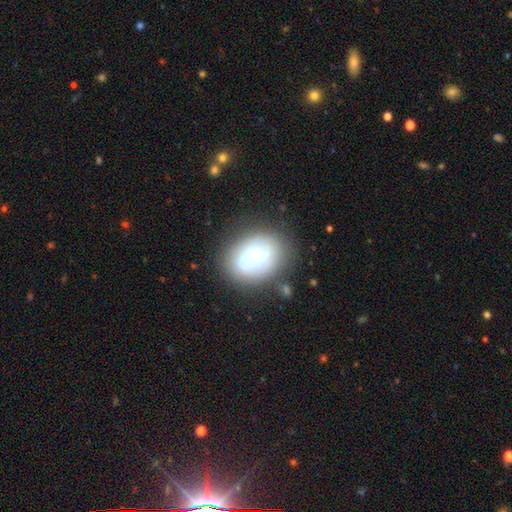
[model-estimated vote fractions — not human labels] Smooth or featured? featured or disk (50%)
Edge-on disk? no (96%)
Merging? none (68%)